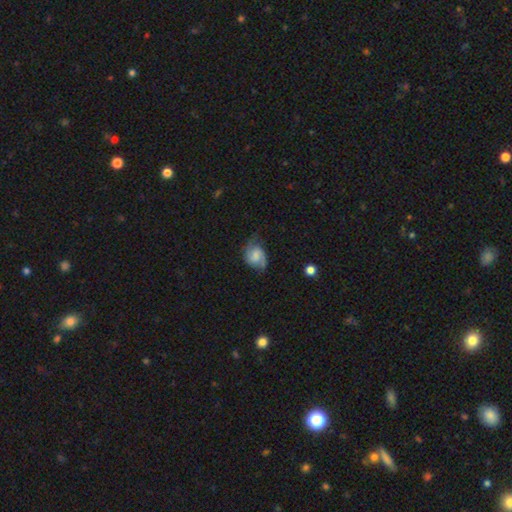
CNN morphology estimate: Overall: featured or disk (59%; smooth 33%). Edge-on disk: no (98%). Bar: no (49%; weak 41%). Spiral arms: yes (91%). Spiral arm count: 2 (80%). Spiral winding: medium (46%; loose 31%). Bulge size: none (36%; small 27%). Merging: none (53%; minor disturbance 30%).